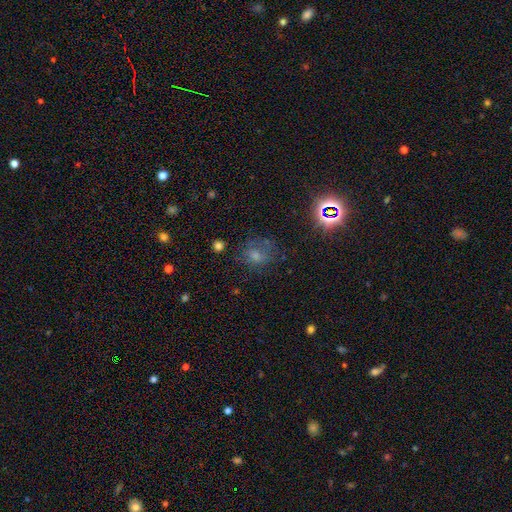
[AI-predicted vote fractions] smooth_or_featured: smooth (p=0.59) [alt: star or artifact p=0.23]
how_rounded: round (p=0.60) [alt: in between p=0.39]
merging: none (p=0.54) [alt: minor disturbance p=0.23]